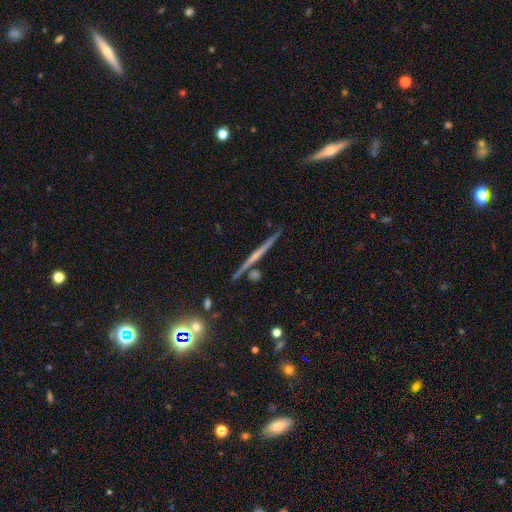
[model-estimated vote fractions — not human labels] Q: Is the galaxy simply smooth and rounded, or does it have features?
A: featured or disk — 68%.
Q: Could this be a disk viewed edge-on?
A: yes — 97%.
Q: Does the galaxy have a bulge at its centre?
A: none — 67%.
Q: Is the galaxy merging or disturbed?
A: none — 86%.